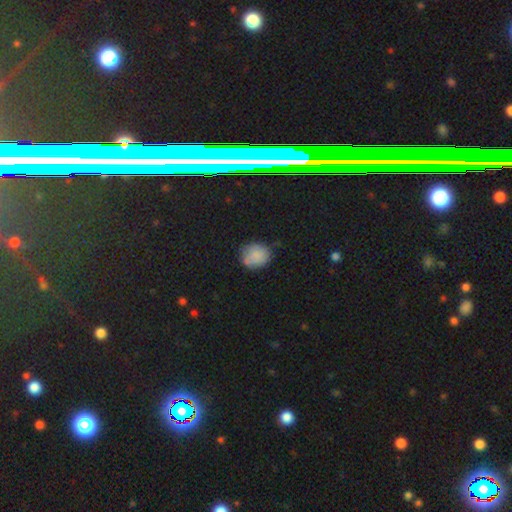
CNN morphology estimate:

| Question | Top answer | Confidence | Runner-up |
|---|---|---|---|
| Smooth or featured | smooth | 81% | featured or disk (10%) |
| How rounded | round | 68% | in between (31%) |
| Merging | none | 68% | minor disturbance (23%) |